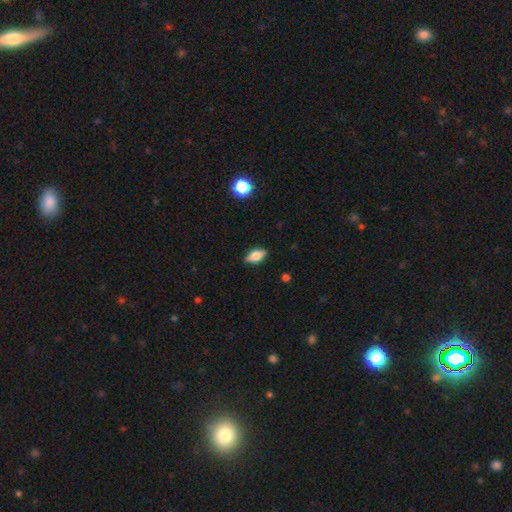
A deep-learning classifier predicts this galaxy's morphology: type=smooth (66%); roundness=in between (83%); merging=none (87%).